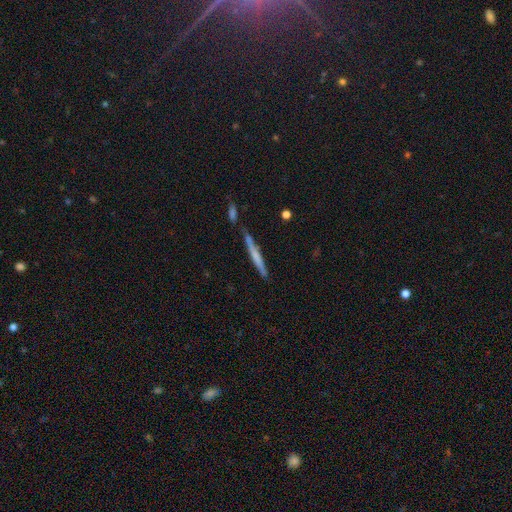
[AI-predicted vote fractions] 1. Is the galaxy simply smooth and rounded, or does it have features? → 49% smooth, 44% featured or disk, 7% star or artifact.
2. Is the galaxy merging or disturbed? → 66% none, 17% merger, 13% minor disturbance, 4% major disturbance.